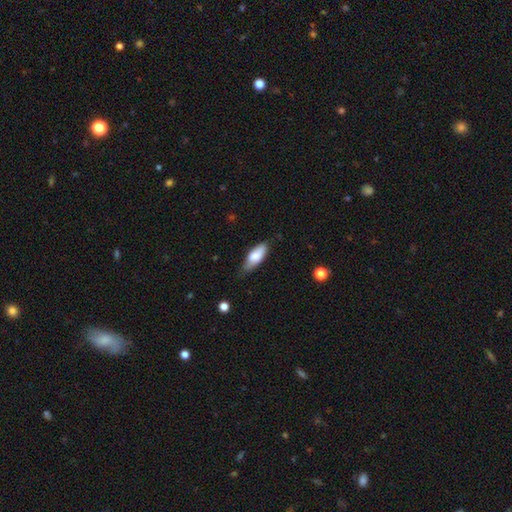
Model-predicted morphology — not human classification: type=smooth (78%); roundness=in between (71%); merging=none (67%).